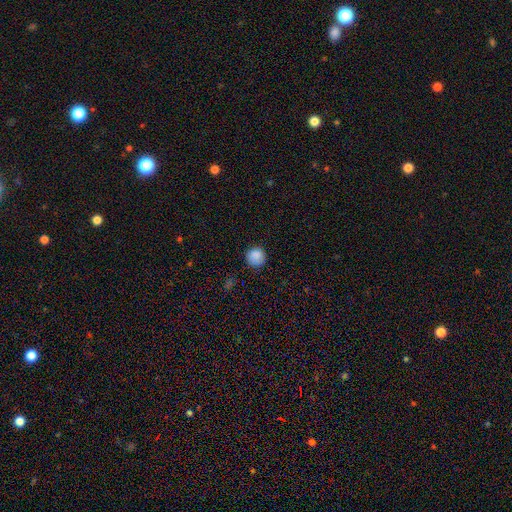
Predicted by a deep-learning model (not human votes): Morphology: type=smooth (87%); roundness=round (94%); merging=none (86%).